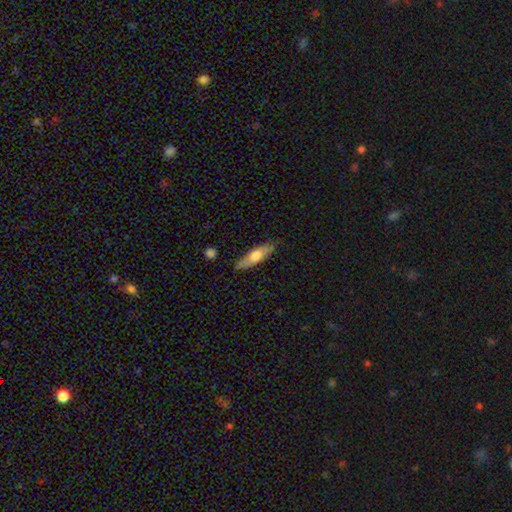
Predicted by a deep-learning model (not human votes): smooth 62%, featured or disk 33%, star or artifact 6%. Down the decision tree: how rounded — cigar-shaped (63%); merging — none (80%).